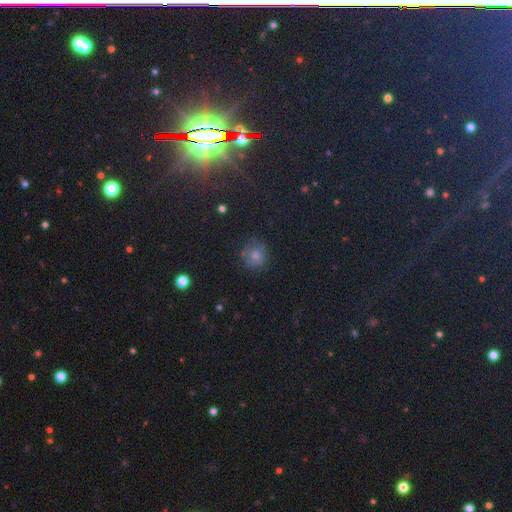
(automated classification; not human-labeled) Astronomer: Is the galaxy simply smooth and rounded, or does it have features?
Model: smooth — 69%.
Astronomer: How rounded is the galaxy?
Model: round — 87%.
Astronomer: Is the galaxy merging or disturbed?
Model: none — 72%.